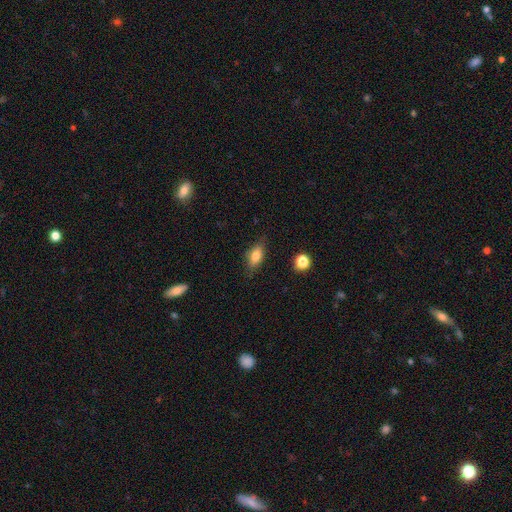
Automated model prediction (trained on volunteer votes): Overall: smooth (78%). How rounded: in between (82%). Merging: none (79%).